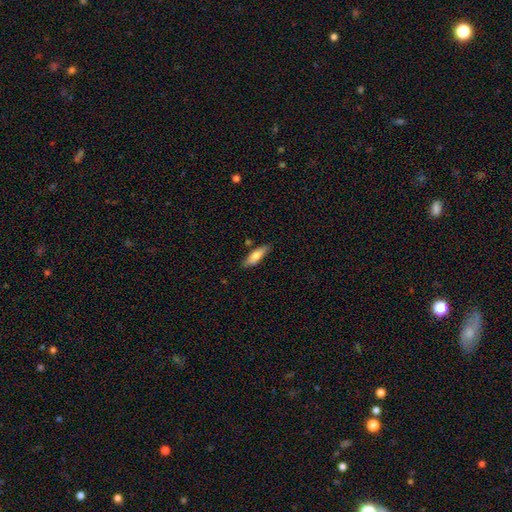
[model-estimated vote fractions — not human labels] smooth_or_featured: smooth (p=0.74) [alt: featured or disk p=0.20]
how_rounded: in between (p=0.51) [alt: cigar-shaped p=0.47]
merging: none (p=0.79) [alt: minor disturbance p=0.15]